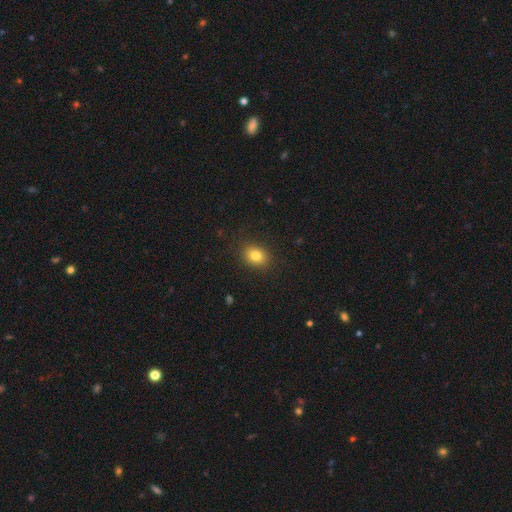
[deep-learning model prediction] Smooth or featured: smooth — 81% (star or artifact — 11%)
How rounded: in between — 52% (round — 47%)
Merging: none — 88% (minor disturbance — 8%)